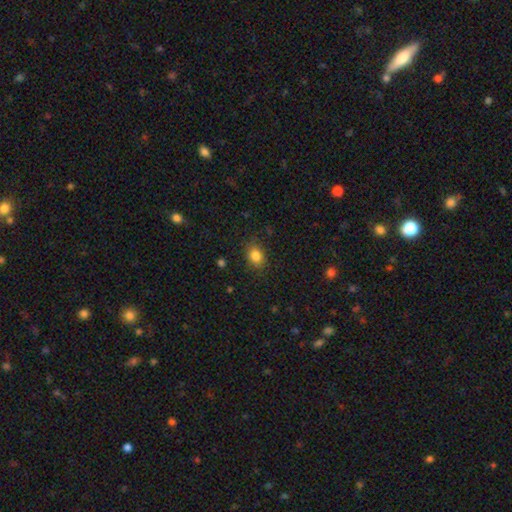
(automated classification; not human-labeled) smooth_or_featured: smooth (p=0.83) [alt: star or artifact p=0.11]
how_rounded: in between (p=0.58) [alt: round p=0.41]
merging: none (p=0.82) [alt: minor disturbance p=0.13]